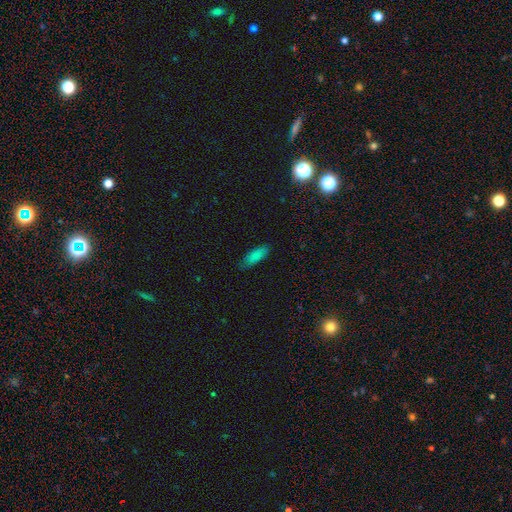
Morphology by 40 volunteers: This is clearly a smooth galaxy (88%). How rounded: likely in between (60%). Merging: clearly none (86%).